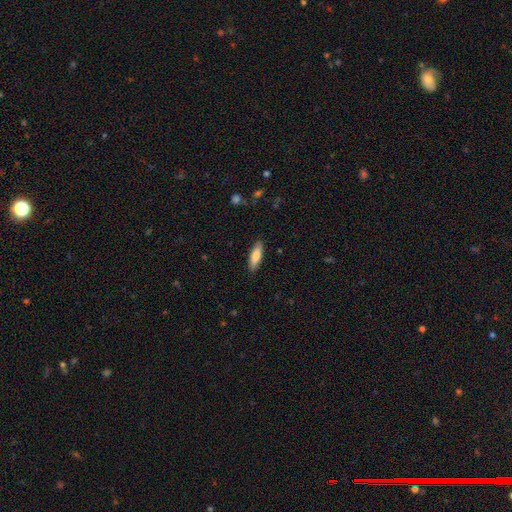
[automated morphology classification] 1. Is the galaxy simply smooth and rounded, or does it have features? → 81% smooth, 13% featured or disk, 6% star or artifact.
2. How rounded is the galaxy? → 52% cigar-shaped, 46% in between, 2% round.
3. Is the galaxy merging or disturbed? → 88% none, 9% minor disturbance, 2% major disturbance, 1% merger.